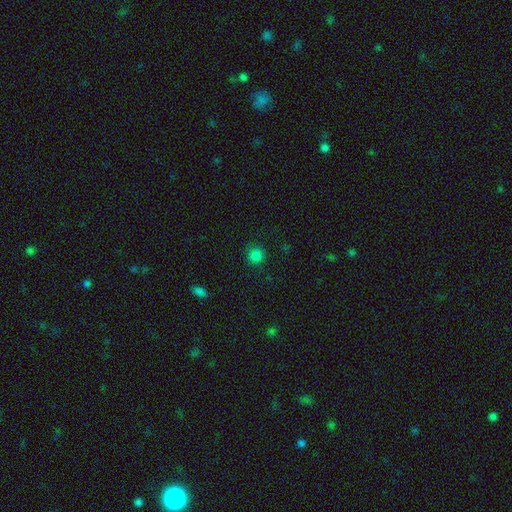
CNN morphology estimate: A smooth galaxy with no disk features (82%) that is round (93%).

Vote fractions:
- Smooth or featured? smooth: 82% / star or artifact: 15% / featured or disk: 3%
- How rounded? round: 93% / in between: 6% / cigar-shaped: 1%
- Merging? none: 88% / minor disturbance: 8% / major disturbance: 3% / merger: 1%